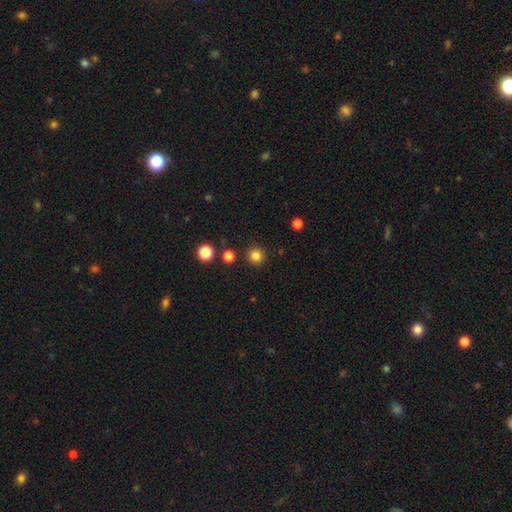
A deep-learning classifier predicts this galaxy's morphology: A smooth galaxy with no disk features (83%) that is round (95%).

Vote fractions:
- Smooth or featured? smooth: 83% / star or artifact: 13% / featured or disk: 4%
- How rounded? round: 95% / in between: 4% / cigar-shaped: 1%
- Merging? none: 91% / minor disturbance: 5% / merger: 3% / major disturbance: 2%